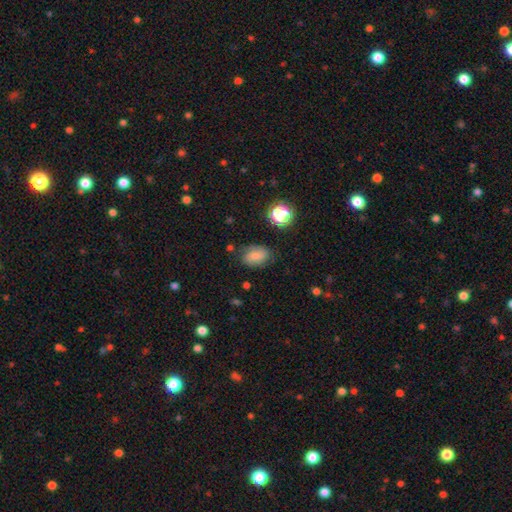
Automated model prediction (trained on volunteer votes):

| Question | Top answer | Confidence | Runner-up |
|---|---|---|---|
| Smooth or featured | smooth | 66% | featured or disk (20%) |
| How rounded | in between | 77% | round (21%) |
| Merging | none | 70% | minor disturbance (21%) |